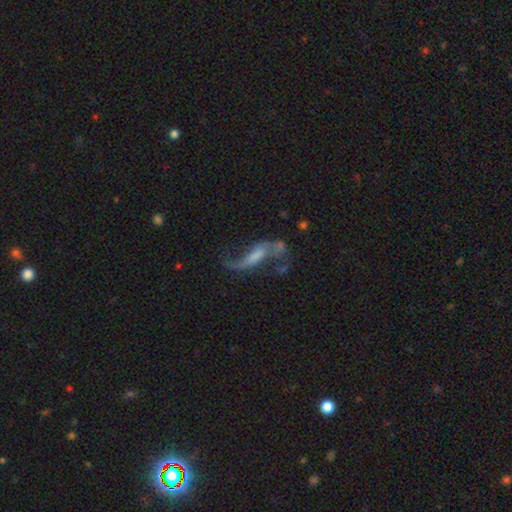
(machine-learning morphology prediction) Smooth or featured?
  - featured or disk: 80% *
  - smooth: 12%
  - star or artifact: 8%
Edge-on disk?
  - no: 87% *
  - yes: 13%
Bar?
  - weak: 41% *
  - no: 31%
  - strong: 29%
Spiral arms?
  - yes: 91% *
  - no: 9%
Spiral winding?
  - loose: 90% *
  - medium: 8%
  - tight: 2%
Spiral arm count?
  - 2: 87% *
  - 1: 8%
  - can't tell: 3%
  - 3: 1%
  - 4: 1%
  - more than 4: 1%
Bulge size?
  - small: 33% *
  - none: 32%
  - moderate: 26%
  - large: 7%
  - dominant: 2%
Merging?
  - none: 52% *
  - major disturbance: 20%
  - minor disturbance: 19%
  - merger: 9%